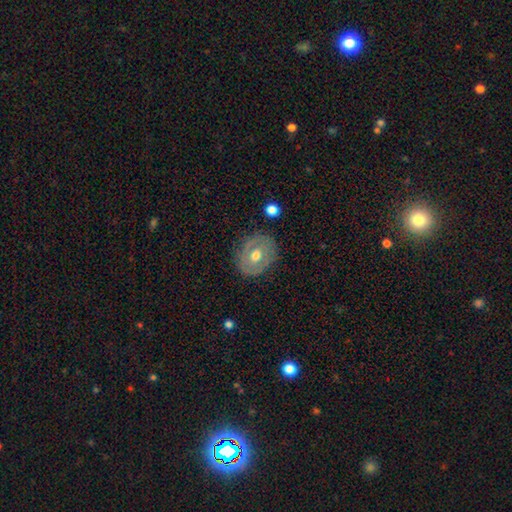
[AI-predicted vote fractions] Q: Smooth or featured?
A: featured or disk (55%); runner-up: smooth (38%)
Q: Edge-on disk?
A: no (94%); runner-up: yes (6%)
Q: Bar?
A: no (71%); runner-up: weak (23%)
Q: Spiral arms?
A: no (68%); runner-up: yes (32%)
Q: Bulge size?
A: moderate (79%); runner-up: small (12%)
Q: Merging?
A: none (82%); runner-up: minor disturbance (13%)